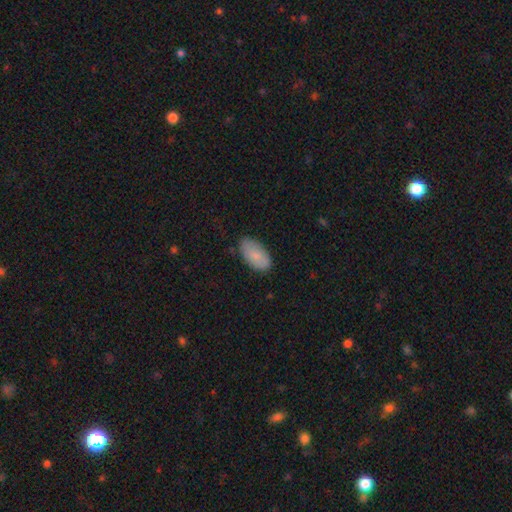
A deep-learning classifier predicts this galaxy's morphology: smooth-or-featured: smooth: 82% | featured or disk: 12% | star or artifact: 6%
  how-rounded: in between: 95% | round: 3% | cigar-shaped: 3%
  merging: none: 80% | minor disturbance: 15% | major disturbance: 3% | merger: 1%